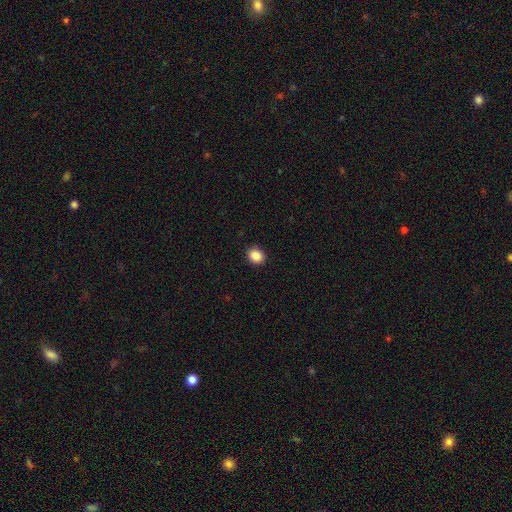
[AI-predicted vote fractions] Morphology: type=smooth (87%); roundness=round (65%); merging=none (91%).